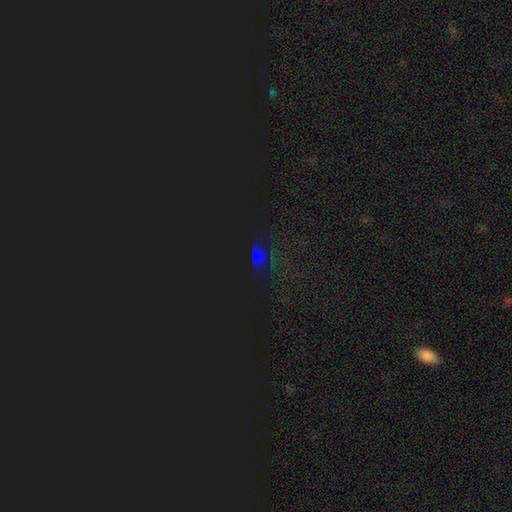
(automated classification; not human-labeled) Smooth or featured: star or artifact — 76% (smooth — 18%)